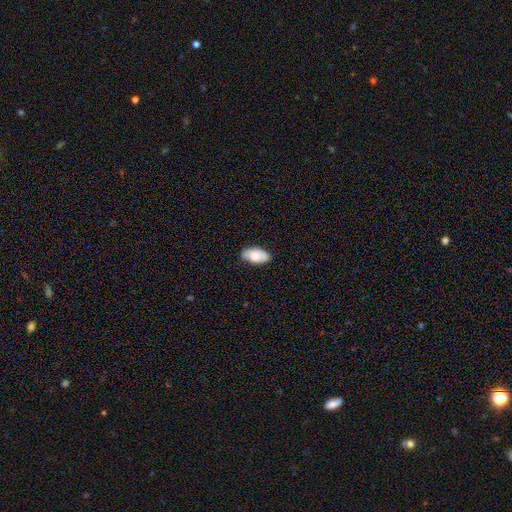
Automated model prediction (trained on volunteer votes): smooth-or-featured: smooth: 76% | featured or disk: 17% | star or artifact: 6%
  how-rounded: in between: 95% | round: 3% | cigar-shaped: 2%
  merging: none: 79% | minor disturbance: 17% | major disturbance: 3% | merger: 1%